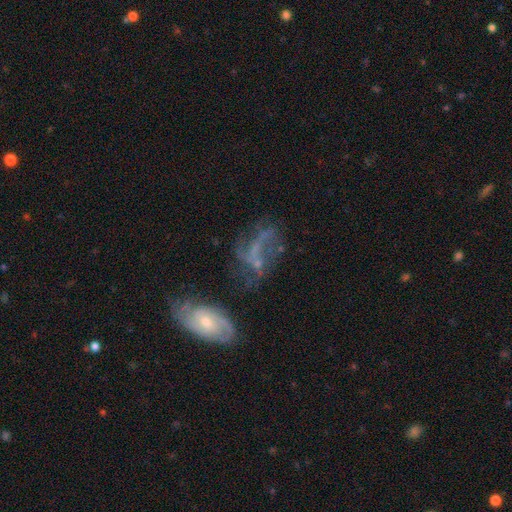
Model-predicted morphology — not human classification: Smooth or featured? featured or disk (63%)
Edge-on disk? no (95%)
Bar? no (56%)
Spiral arms? yes (62%)
Bulge size? none (53%)
Merging? none (37%)